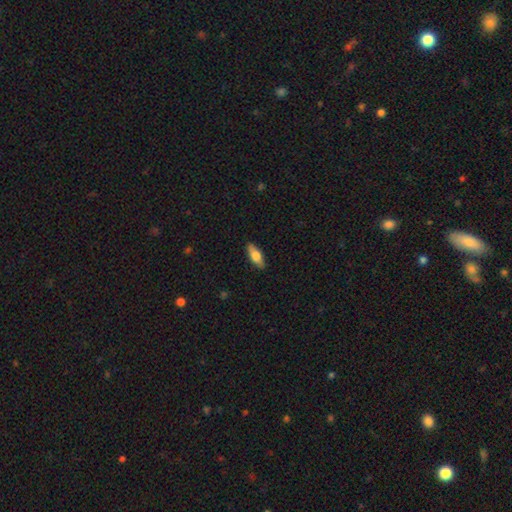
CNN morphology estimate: Smooth or featured?
  - smooth: 67% *
  - featured or disk: 28%
  - star or artifact: 6%
How rounded?
  - in between: 69% *
  - cigar-shaped: 28%
  - round: 3%
Merging?
  - none: 88% *
  - minor disturbance: 9%
  - major disturbance: 2%
  - merger: 1%